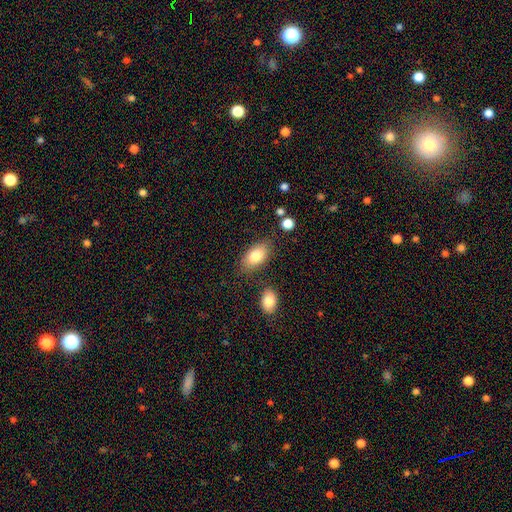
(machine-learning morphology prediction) A smooth galaxy with no disk features (81%) that is in between round and cigar-shaped (92%).

Vote fractions:
- Smooth or featured? smooth: 81% / featured or disk: 12% / star or artifact: 7%
- How rounded? in between: 92% / round: 5% / cigar-shaped: 2%
- Merging? none: 78% / minor disturbance: 13% / merger: 5% / major disturbance: 3%